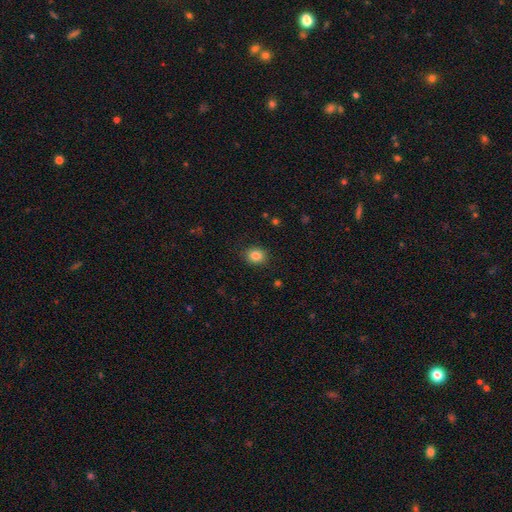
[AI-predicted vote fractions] This appears to be a smooth galaxy with no disk features (85%) that is round (67%). Merging: none (88%).